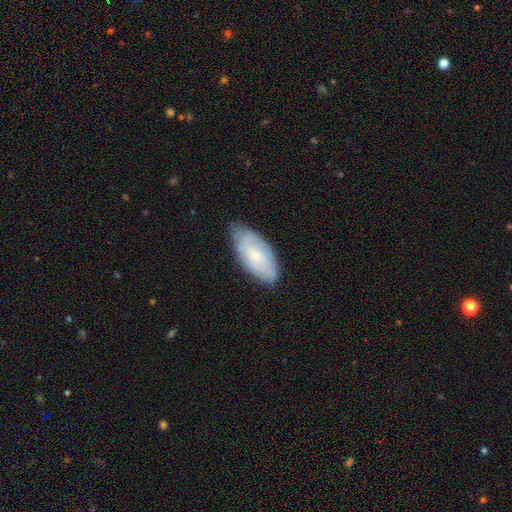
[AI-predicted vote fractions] smooth_or_featured: smooth (p=0.57) [alt: featured or disk p=0.37]
how_rounded: in between (p=0.91) [alt: cigar-shaped p=0.07]
merging: none (p=0.66) [alt: minor disturbance p=0.27]